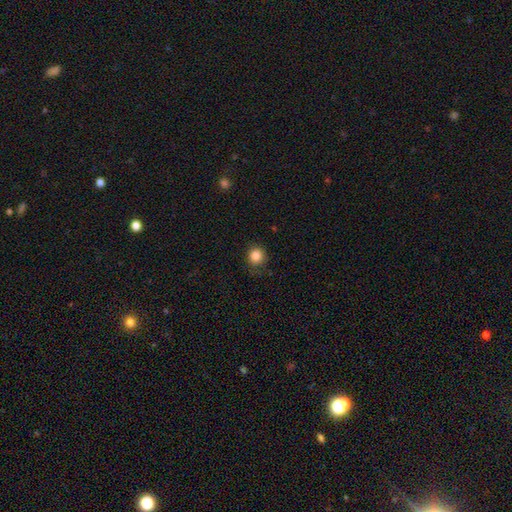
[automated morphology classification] This appears to be a smooth galaxy with no disk features (85%) that is round (88%). Merging: none (83%).